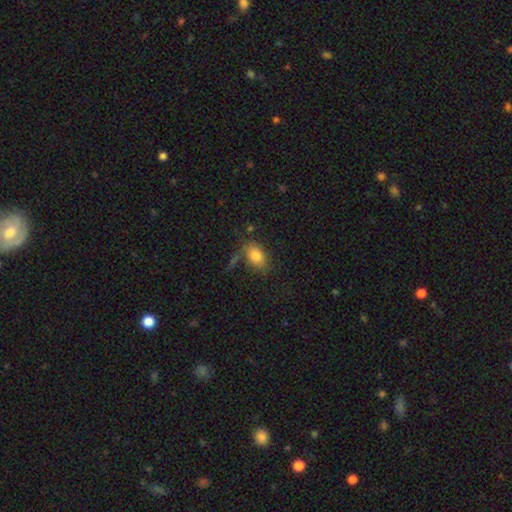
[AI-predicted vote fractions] Smooth or featured: smooth — 80% (featured or disk — 10%)
How rounded: in between — 78% (round — 20%)
Merging: none — 68% (minor disturbance — 18%)